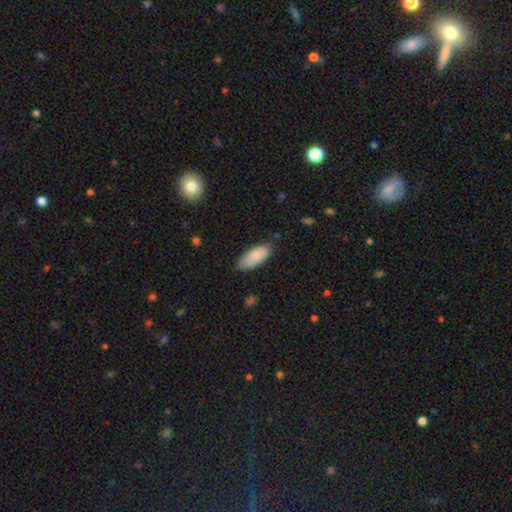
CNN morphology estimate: Smooth or featured?
  - smooth: 85% *
  - featured or disk: 9%
  - star or artifact: 6%
How rounded?
  - in between: 85% *
  - cigar-shaped: 13%
  - round: 2%
Merging?
  - none: 76% *
  - minor disturbance: 19%
  - major disturbance: 3%
  - merger: 1%